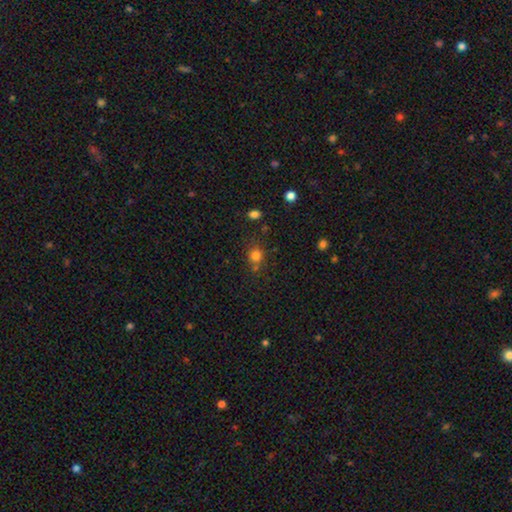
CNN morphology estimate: smooth-or-featured: smooth: 79% | star or artifact: 14% | featured or disk: 7%
  how-rounded: round: 76% | in between: 23% | cigar-shaped: 1%
  merging: none: 66% | minor disturbance: 16% | merger: 13% | major disturbance: 6%